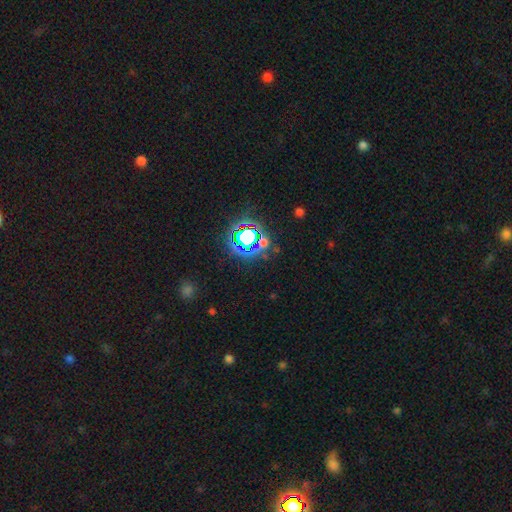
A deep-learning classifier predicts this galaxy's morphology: A star or artifact, not a galaxy (75%).

Vote fractions:
- Smooth or featured? star or artifact: 75% / smooth: 17% / featured or disk: 8%